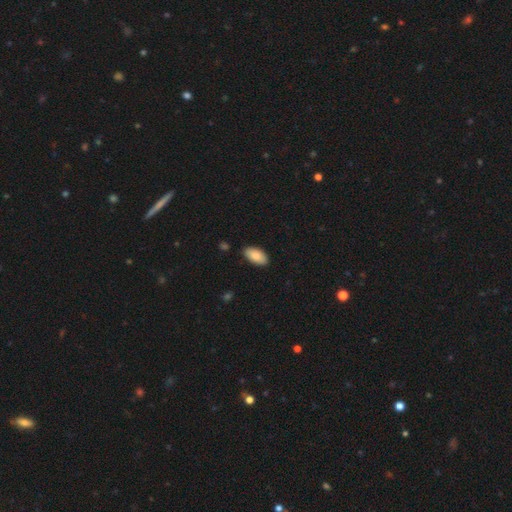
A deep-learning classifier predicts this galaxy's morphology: A smooth galaxy with no disk features (86%) that is in between round and cigar-shaped (95%). Merging: none (85%).